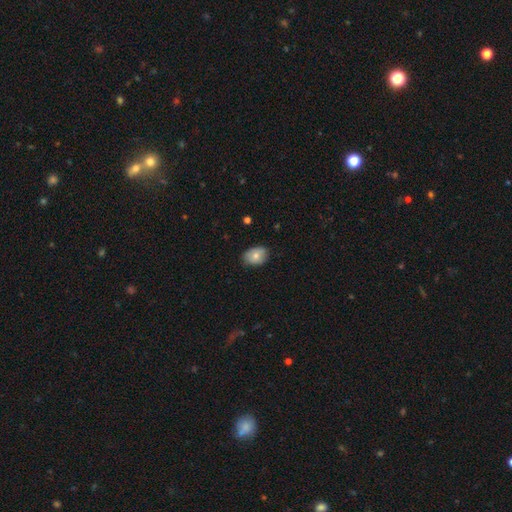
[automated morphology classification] The model was most divided on "how rounded": in between: 74%, round: 25%, cigar-shaped: 1%. More confident: merging — none (78%); smooth or featured — smooth (73%).